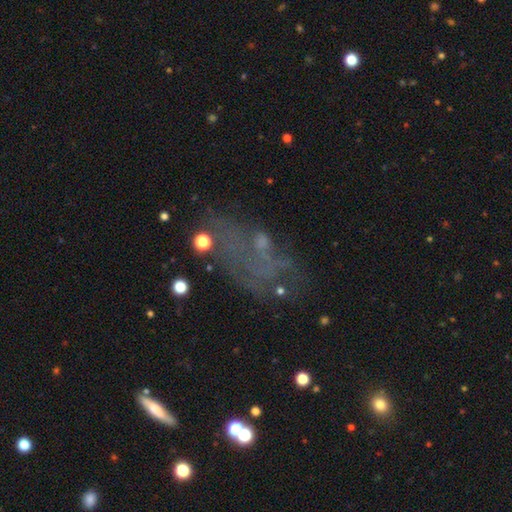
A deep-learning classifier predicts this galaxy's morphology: A featured or disk galaxy (39%).

Vote fractions:
- Smooth or featured? featured or disk: 39% / star or artifact: 35% / smooth: 26%
- Merging? none: 52% / major disturbance: 22% / minor disturbance: 19% / merger: 7%